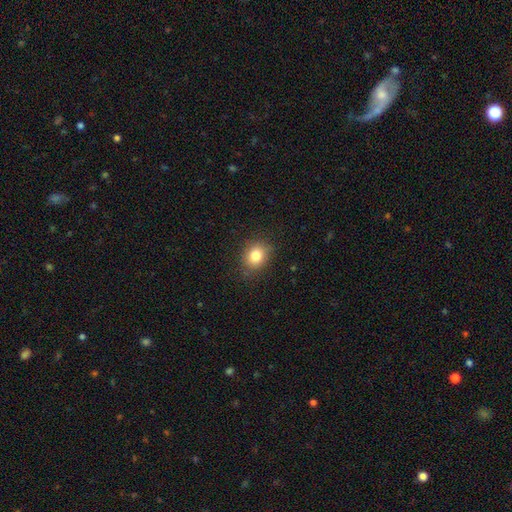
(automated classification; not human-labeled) The model was most divided on "how rounded": round: 54%, in between: 45%, cigar-shaped: 1%. More confident: merging — none (84%); smooth or featured — smooth (82%).